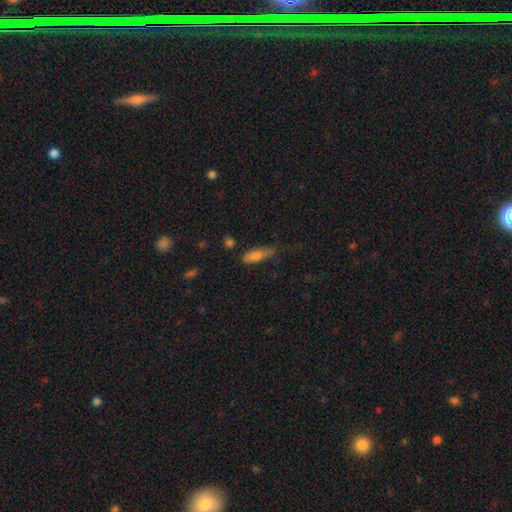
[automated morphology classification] Q: Smooth or featured?
A: smooth (75%); runner-up: featured or disk (17%)
Q: How rounded?
A: in between (49%); runner-up: cigar-shaped (48%)
Q: Merging?
A: none (55%); runner-up: minor disturbance (31%)